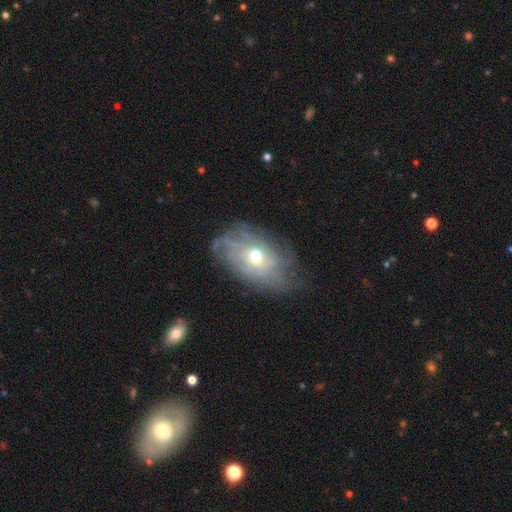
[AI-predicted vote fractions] The model was most divided on "spiral arms": yes: 57%, no: 43%. More confident: edge-on disk — no (93%); bar — no (75%); smooth or featured — featured or disk (65%); bulge size — moderate (62%); merging — none (53%).